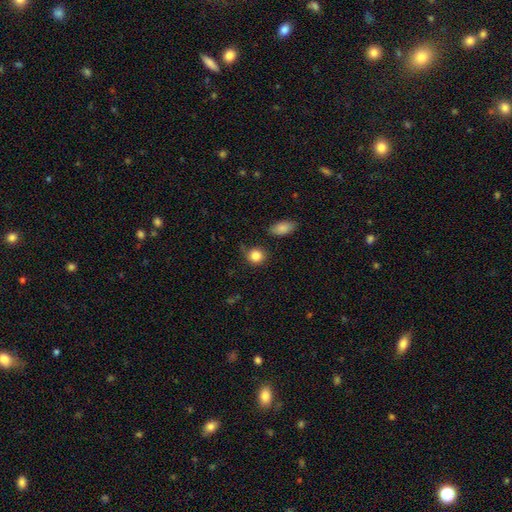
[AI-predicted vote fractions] Smooth or featured?
  - smooth: 85% *
  - star or artifact: 10%
  - featured or disk: 5%
How rounded?
  - round: 85% *
  - in between: 14%
  - cigar-shaped: 1%
Merging?
  - none: 77% *
  - minor disturbance: 15%
  - merger: 4%
  - major disturbance: 4%